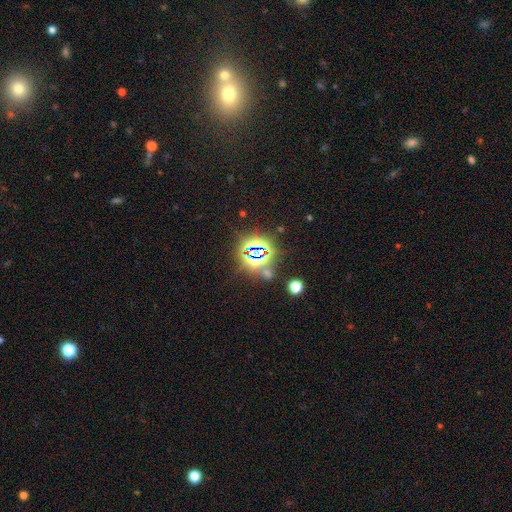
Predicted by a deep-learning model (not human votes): Q: Smooth or featured?
A: star or artifact (79%); runner-up: smooth (13%)